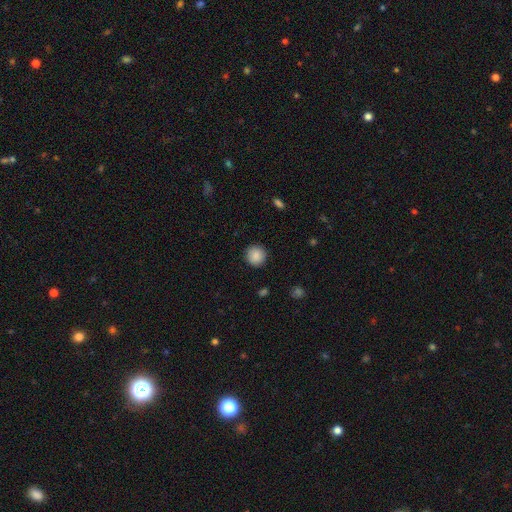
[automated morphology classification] A smooth galaxy with no disk features (88%) that is round (95%).

Vote fractions:
- Smooth or featured? smooth: 88% / star or artifact: 9% / featured or disk: 3%
- How rounded? round: 95% / in between: 4% / cigar-shaped: 1%
- Merging? none: 92% / minor disturbance: 6% / major disturbance: 2% / merger: 1%